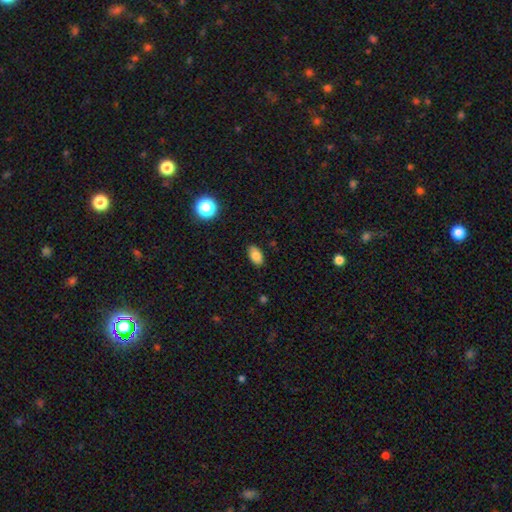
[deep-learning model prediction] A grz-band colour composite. It shows a smooth galaxy with no disk features (83%) that is in between round and cigar-shaped (91%). Merging: none (88%).